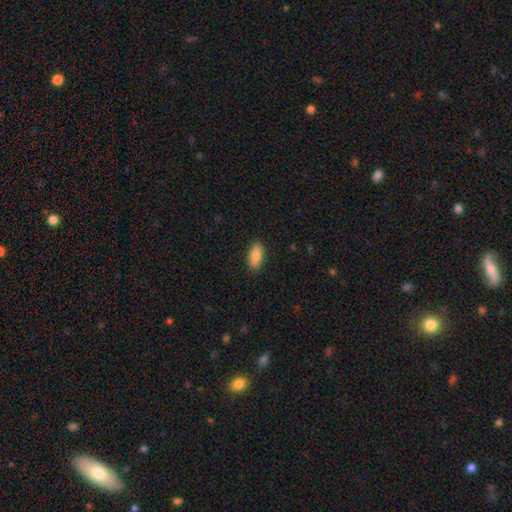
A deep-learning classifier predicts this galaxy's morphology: Smooth or featured?
  - smooth: 89% *
  - star or artifact: 7%
  - featured or disk: 5%
How rounded?
  - in between: 89% *
  - cigar-shaped: 9%
  - round: 3%
Merging?
  - none: 88% *
  - minor disturbance: 9%
  - major disturbance: 2%
  - merger: 1%